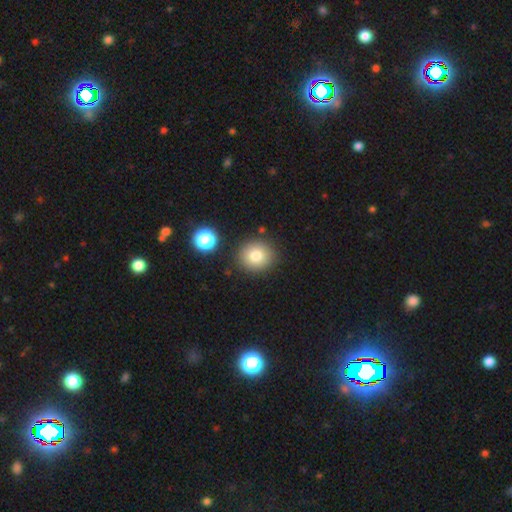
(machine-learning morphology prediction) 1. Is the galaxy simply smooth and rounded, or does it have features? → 80% smooth, 12% star or artifact, 9% featured or disk.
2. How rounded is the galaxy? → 84% round, 15% in between, 1% cigar-shaped.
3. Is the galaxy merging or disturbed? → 85% none, 8% minor disturbance, 4% merger, 3% major disturbance.